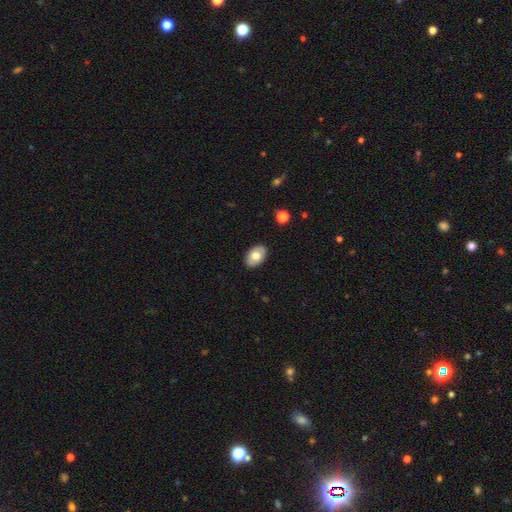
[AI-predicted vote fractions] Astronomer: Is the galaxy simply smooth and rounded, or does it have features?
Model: smooth — 67%.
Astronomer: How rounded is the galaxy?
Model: in between — 88%.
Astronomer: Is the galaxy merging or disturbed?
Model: none — 87%.